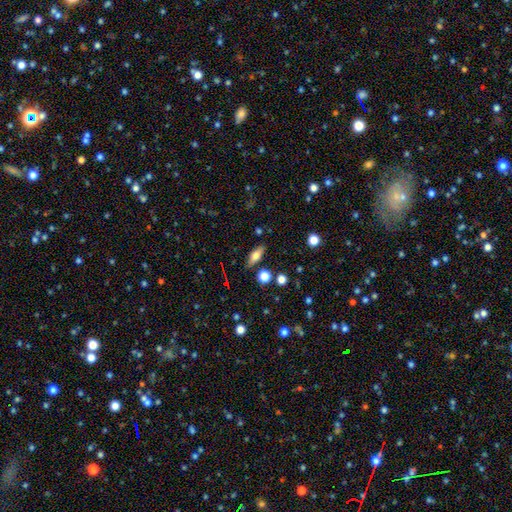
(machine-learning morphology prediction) smooth-or-featured: smooth: 64% | featured or disk: 27% | star or artifact: 9%
  how-rounded: in between: 65% | cigar-shaped: 30% | round: 5%
  merging: none: 82% | minor disturbance: 11% | merger: 3% | major disturbance: 3%